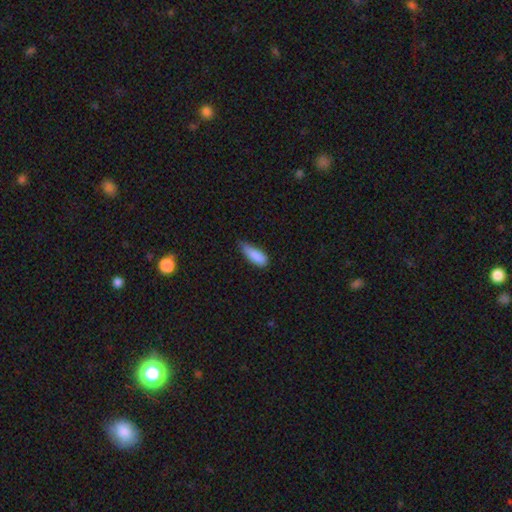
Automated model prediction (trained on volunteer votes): A smooth galaxy with no disk features (87%) that is in between round and cigar-shaped (63%). Merging: minor disturbance (49%).